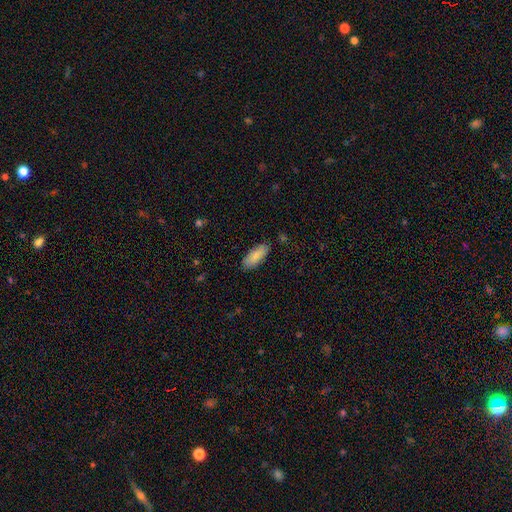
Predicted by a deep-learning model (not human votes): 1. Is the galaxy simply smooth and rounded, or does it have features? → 87% smooth, 8% featured or disk, 6% star or artifact.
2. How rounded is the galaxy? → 76% in between, 23% cigar-shaped, 2% round.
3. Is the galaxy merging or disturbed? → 85% none, 12% minor disturbance, 2% major disturbance, 1% merger.